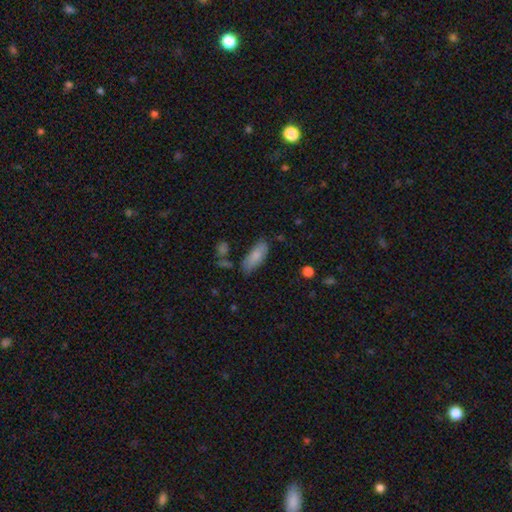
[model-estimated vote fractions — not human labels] smooth 83%, featured or disk 11%, star or artifact 6%. Down the decision tree: how rounded — in between (77%); merging — none (72%).